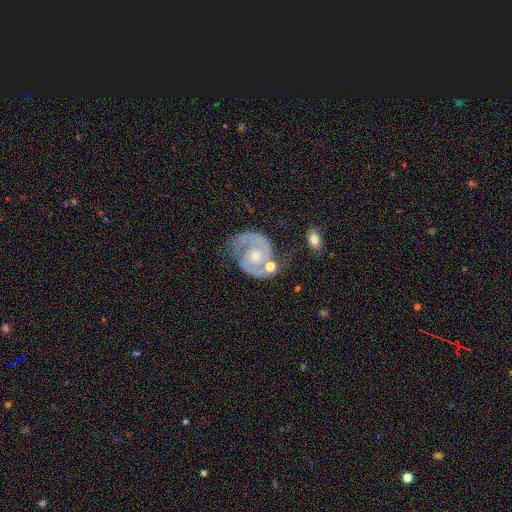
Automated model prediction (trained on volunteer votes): Smooth or featured: featured or disk — 90% (smooth — 5%)
Edge-on disk: no — 98% (yes — 2%)
Bar: no — 70% (weak — 24%)
Spiral arms: yes — 97% (no — 3%)
Spiral winding: tight — 50% (medium — 42%)
Spiral arm count: 2 — 88% (1 — 4%)
Bulge size: moderate — 53% (small — 42%)
Merging: none — 64% (minor disturbance — 18%)